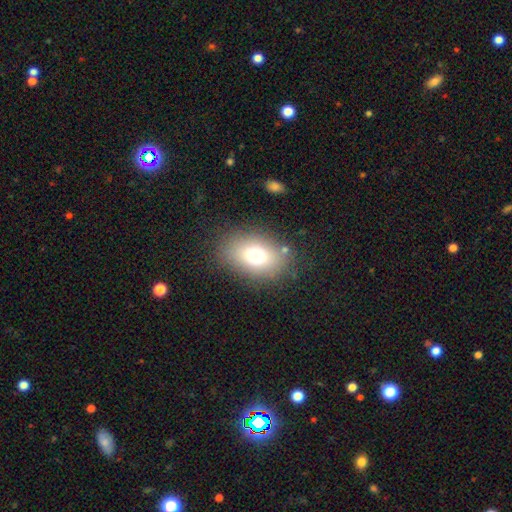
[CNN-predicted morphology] smooth 72%, featured or disk 14%, star or artifact 14%. Down the decision tree: how rounded — in between (75%); merging — none (81%).